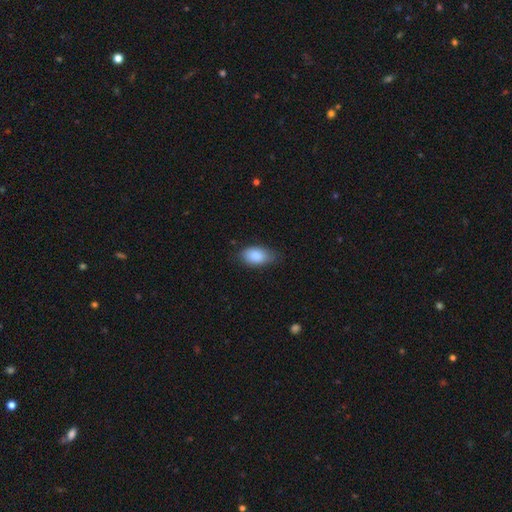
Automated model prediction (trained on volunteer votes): Overall: smooth (87%). How rounded: in between (91%). Merging: none (71%).